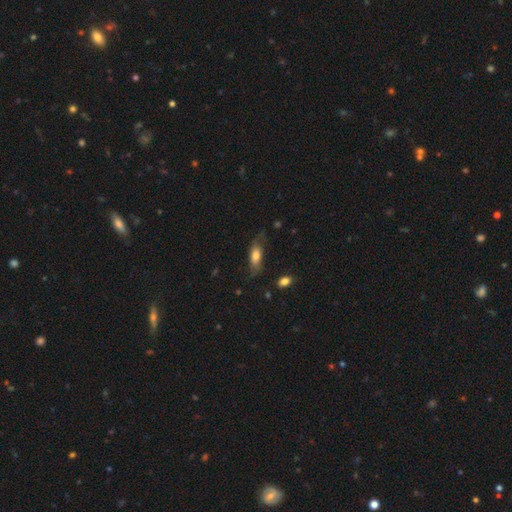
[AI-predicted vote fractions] Smooth or featured?
  - smooth: 67% *
  - featured or disk: 26%
  - star or artifact: 7%
How rounded?
  - in between: 71% *
  - cigar-shaped: 26%
  - round: 3%
Merging?
  - none: 57% *
  - minor disturbance: 28%
  - major disturbance: 13%
  - merger: 2%